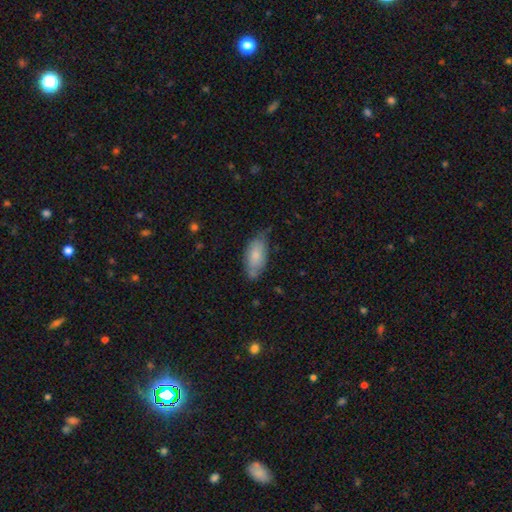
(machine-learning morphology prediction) smooth_or_featured: smooth (p=0.75) [alt: featured or disk p=0.19]
how_rounded: in between (p=0.89) [alt: cigar-shaped p=0.09]
merging: none (p=0.60) [alt: minor disturbance p=0.31]